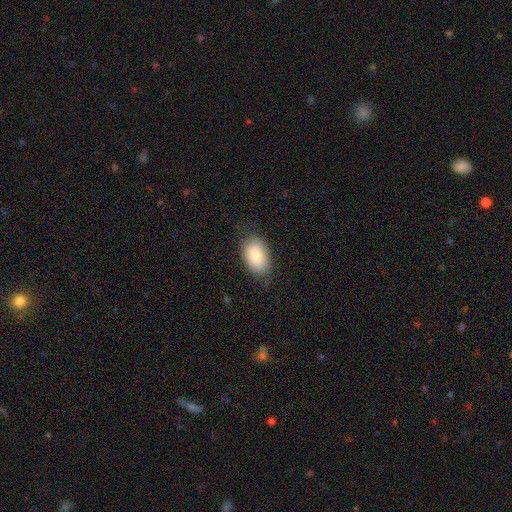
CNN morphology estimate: A smooth galaxy with no disk features (84%) that is in between round and cigar-shaped (93%).

Vote fractions:
- Smooth or featured? smooth: 84% / featured or disk: 10% / star or artifact: 7%
- How rounded? in between: 93% / round: 6% / cigar-shaped: 1%
- Merging? none: 76% / minor disturbance: 19% / major disturbance: 5% / merger: 1%